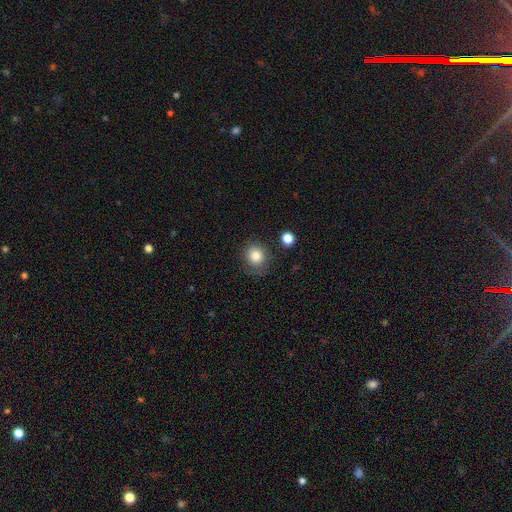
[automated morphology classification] type=smooth (83%); roundness=round (84%); merging=none (79%).